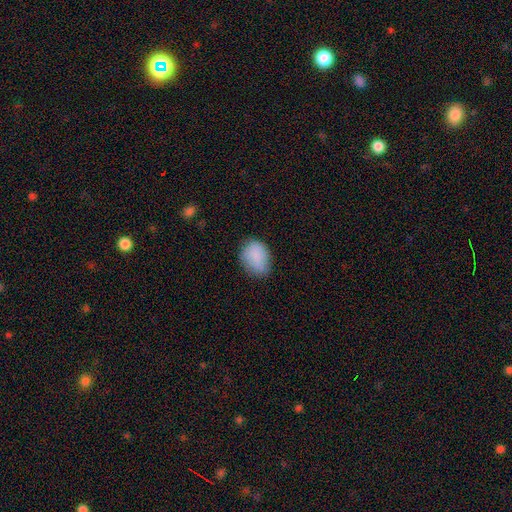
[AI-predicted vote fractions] Smooth or featured: smooth — 86% (star or artifact — 8%)
How rounded: in between — 66% (round — 33%)
Merging: none — 69% (minor disturbance — 24%)